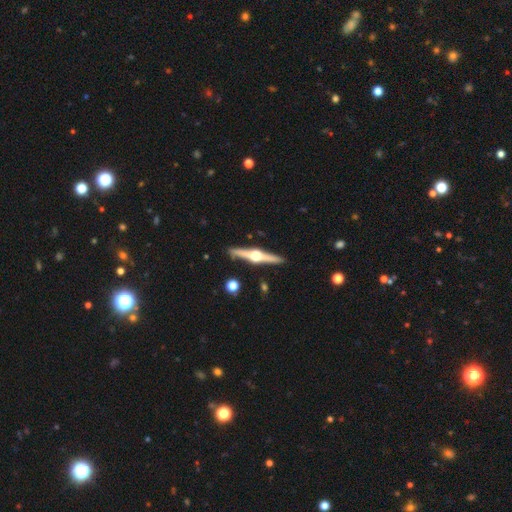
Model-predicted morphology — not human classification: Smooth or featured?
  - featured or disk: 83% *
  - smooth: 13%
  - star or artifact: 5%
Edge-on disk?
  - yes: 98% *
  - no: 2%
Edge-on bulge?
  - rounded: 96% *
  - boxy: 2%
  - none: 1%
Merging?
  - none: 91% *
  - minor disturbance: 6%
  - merger: 2%
  - major disturbance: 1%